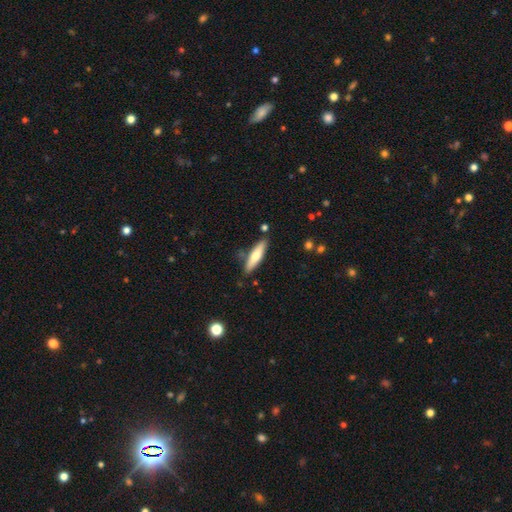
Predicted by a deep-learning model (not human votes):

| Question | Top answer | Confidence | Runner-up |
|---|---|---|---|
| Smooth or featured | smooth | 64% | featured or disk (30%) |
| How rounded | cigar-shaped | 73% | in between (25%) |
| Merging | none | 82% | minor disturbance (12%) |